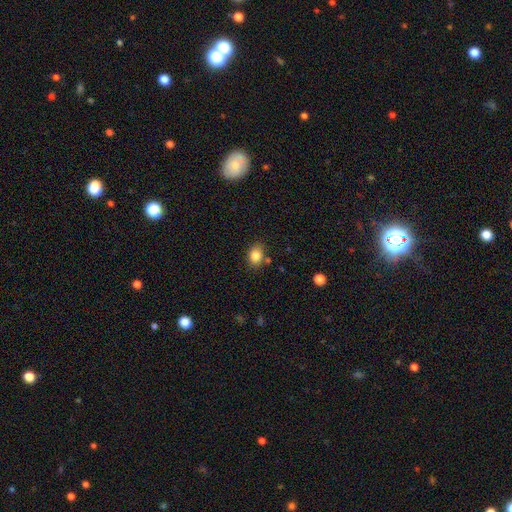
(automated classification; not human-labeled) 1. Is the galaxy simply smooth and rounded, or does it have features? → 84% smooth, 10% star or artifact, 6% featured or disk.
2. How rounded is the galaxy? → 55% in between, 44% round, 1% cigar-shaped.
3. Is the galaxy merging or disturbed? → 77% none, 14% minor disturbance, 6% merger, 3% major disturbance.